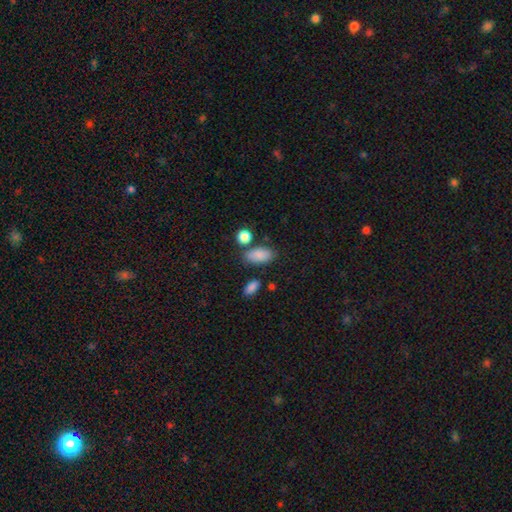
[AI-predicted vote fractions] Smooth or featured?
  - smooth: 85% *
  - star or artifact: 9%
  - featured or disk: 6%
How rounded?
  - in between: 88% *
  - round: 8%
  - cigar-shaped: 3%
Merging?
  - none: 72% *
  - minor disturbance: 14%
  - merger: 10%
  - major disturbance: 4%